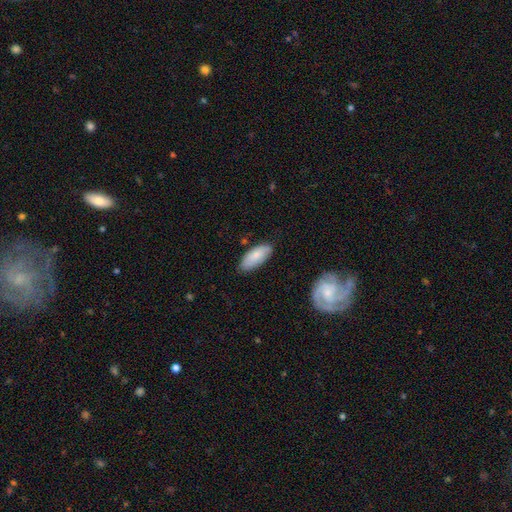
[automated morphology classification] Q: Smooth or featured?
A: smooth (77%); runner-up: featured or disk (17%)
Q: How rounded?
A: in between (87%); runner-up: cigar-shaped (11%)
Q: Merging?
A: none (78%); runner-up: minor disturbance (17%)